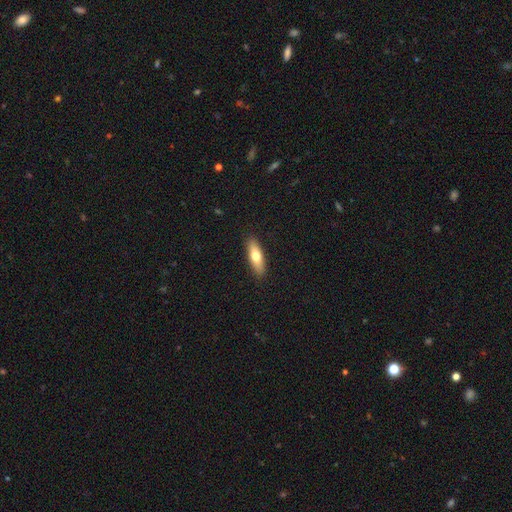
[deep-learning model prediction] Smooth or featured? smooth (67%)
How rounded? cigar-shaped (51%)
Merging? none (90%)